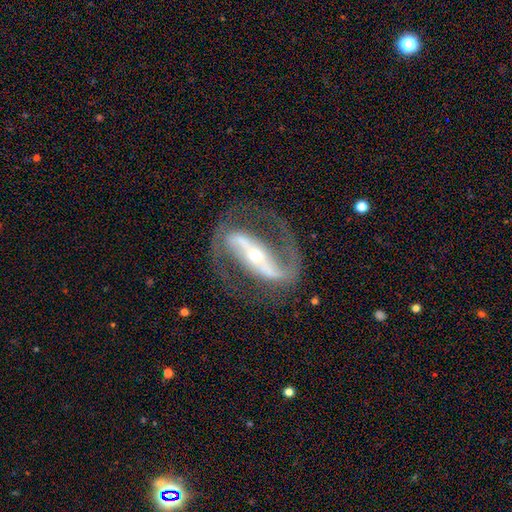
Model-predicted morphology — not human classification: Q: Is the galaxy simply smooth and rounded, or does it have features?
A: featured or disk — 92%.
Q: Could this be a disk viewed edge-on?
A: no — 93%.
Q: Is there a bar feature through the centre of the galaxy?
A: strong — 75%.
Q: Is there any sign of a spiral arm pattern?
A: yes — 95%.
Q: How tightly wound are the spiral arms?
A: medium — 54%.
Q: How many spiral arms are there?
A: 2 — 92%.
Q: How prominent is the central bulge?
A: small — 63%.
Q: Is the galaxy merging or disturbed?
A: none — 78%.